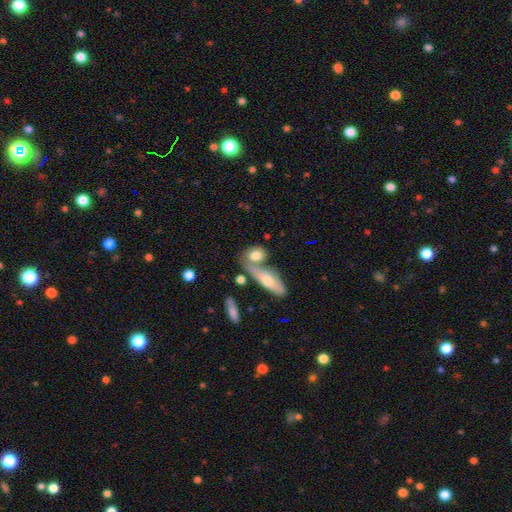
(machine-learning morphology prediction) Q: Smooth or featured?
A: smooth (74%); runner-up: featured or disk (19%)
Q: How rounded?
A: in between (65%); runner-up: round (22%)
Q: Merging?
A: merger (41%); runner-up: none (40%)